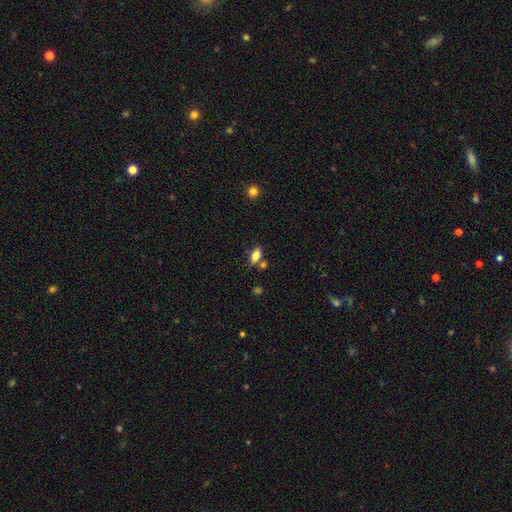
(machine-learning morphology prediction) type=smooth (75%); roundness=in between (83%); merging=none (70%).